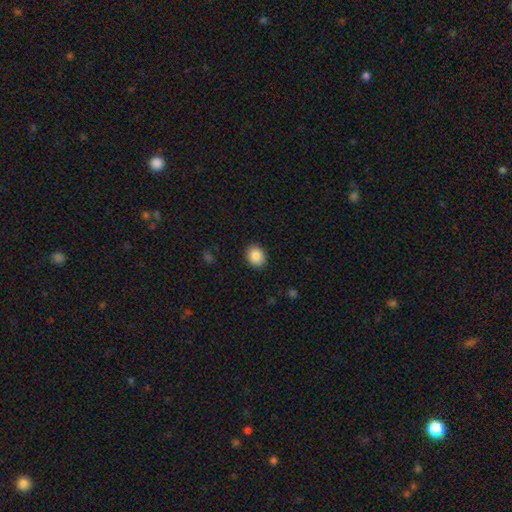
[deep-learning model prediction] The model was most divided on "how rounded": round: 56%, in between: 43%, cigar-shaped: 1%. More confident: merging — none (90%); smooth or featured — smooth (87%).